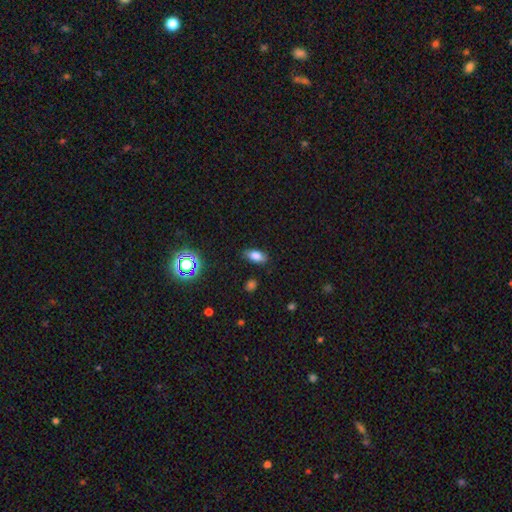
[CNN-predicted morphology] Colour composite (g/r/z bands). It shows a smooth galaxy with no disk features (79%) that is in between round and cigar-shaped (88%). Merging: none (83%).